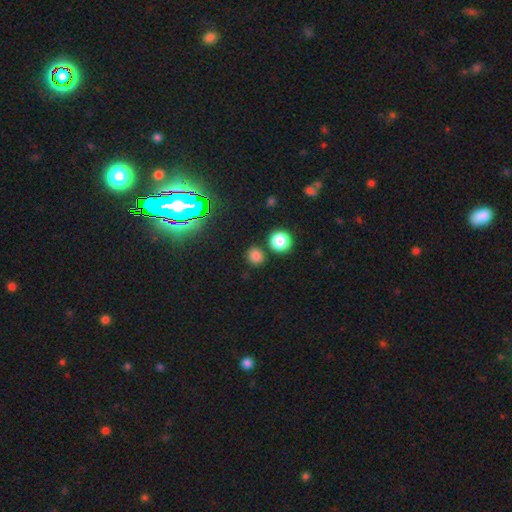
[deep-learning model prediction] smooth-or-featured: smooth: 75% | star or artifact: 19% | featured or disk: 5%
  how-rounded: round: 85% | in between: 13% | cigar-shaped: 1%
  merging: none: 80% | merger: 9% | minor disturbance: 8% | major disturbance: 3%